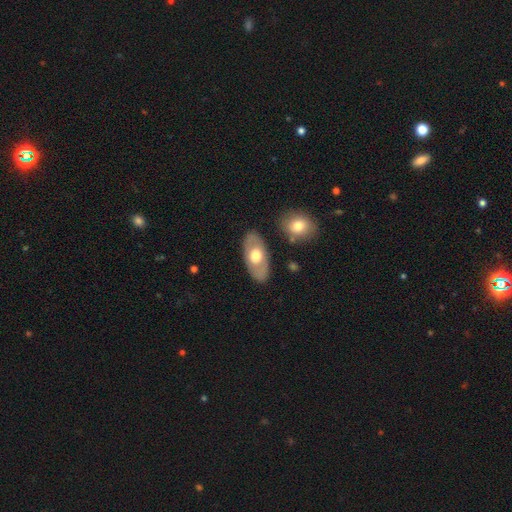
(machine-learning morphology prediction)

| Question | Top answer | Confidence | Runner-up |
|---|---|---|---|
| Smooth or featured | smooth | 53% | featured or disk (42%) |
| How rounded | in between | 91% | round (5%) |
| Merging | none | 84% | minor disturbance (10%) |